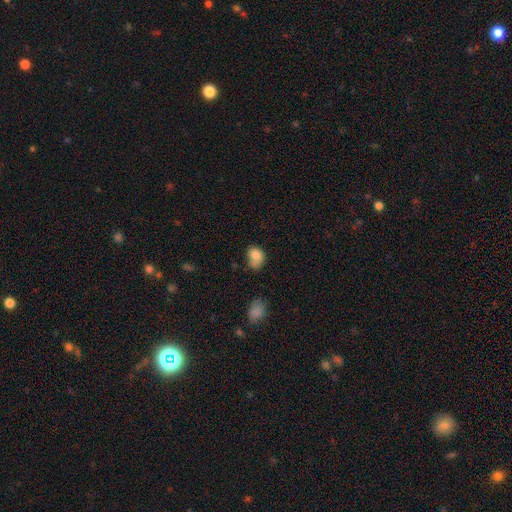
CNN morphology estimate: A smooth galaxy with no disk features (81%) that is in between round and cigar-shaped (60%). Merging: none (41%).